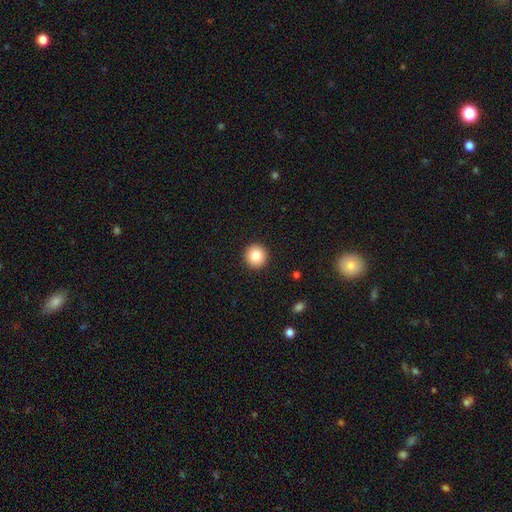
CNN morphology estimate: Smooth or featured: smooth — 83% (star or artifact — 10%)
How rounded: round — 95% (in between — 4%)
Merging: none — 93% (minor disturbance — 4%)